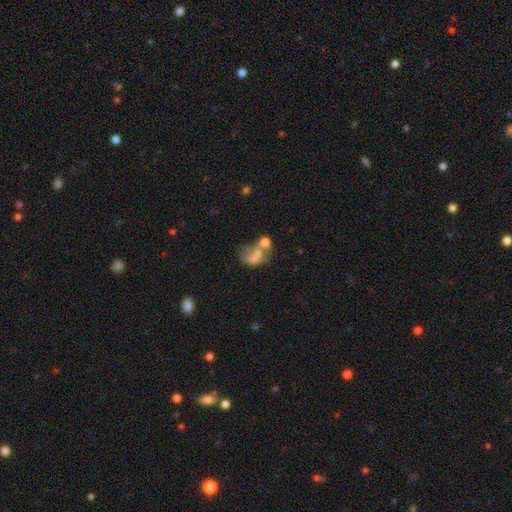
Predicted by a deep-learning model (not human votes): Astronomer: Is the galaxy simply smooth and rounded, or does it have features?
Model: smooth — 56%.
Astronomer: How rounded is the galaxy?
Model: in between — 71%.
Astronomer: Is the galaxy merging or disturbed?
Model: merger — 49%.